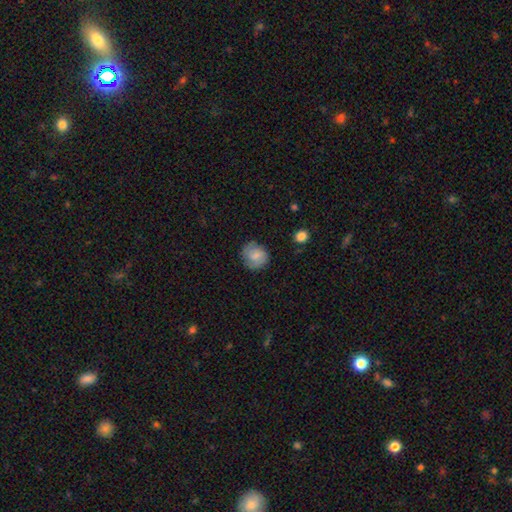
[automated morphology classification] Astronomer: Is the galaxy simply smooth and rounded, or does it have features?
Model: smooth — 72%.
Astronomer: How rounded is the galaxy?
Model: round — 79%.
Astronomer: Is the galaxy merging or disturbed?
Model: none — 75%.